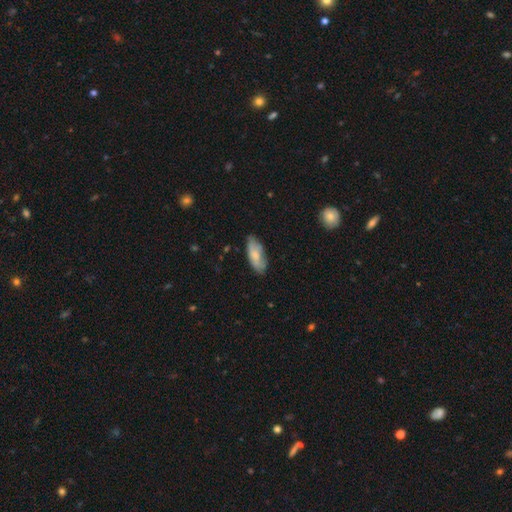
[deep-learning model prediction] Smooth or featured? smooth (71%)
How rounded? in between (82%)
Merging? none (68%)